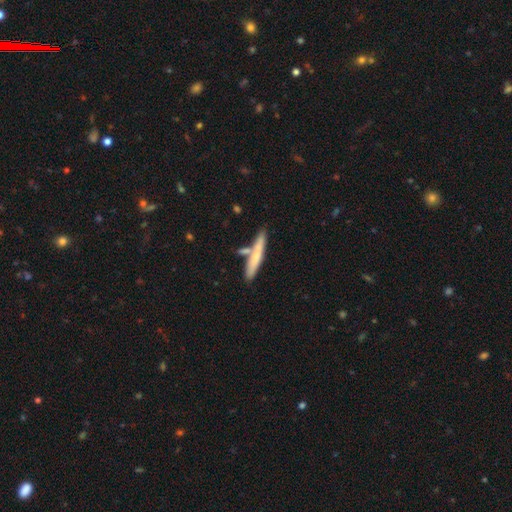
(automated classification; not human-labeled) Smooth or featured? smooth (63%)
How rounded? cigar-shaped (90%)
Merging? none (65%)